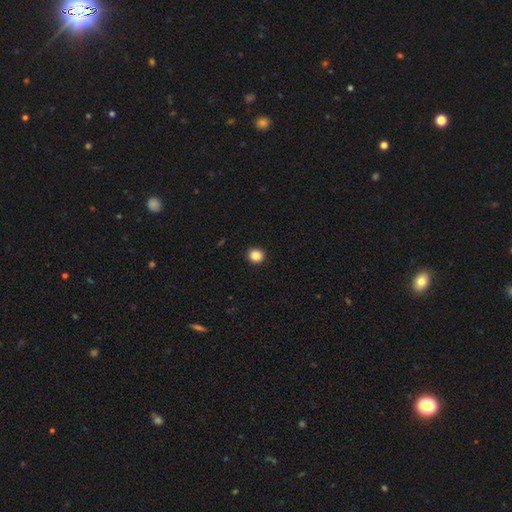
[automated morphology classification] The model was most divided on "smooth or featured": smooth: 88%, star or artifact: 10%, featured or disk: 3%. More confident: merging — none (93%); how rounded — round (89%).